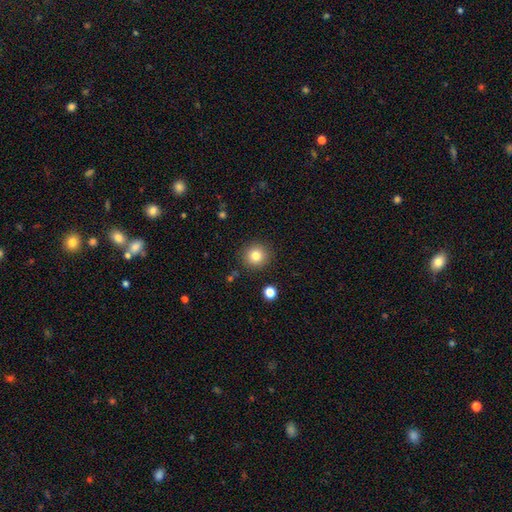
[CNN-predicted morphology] Overall: smooth (81%). How rounded: round (93%). Merging: none (89%).